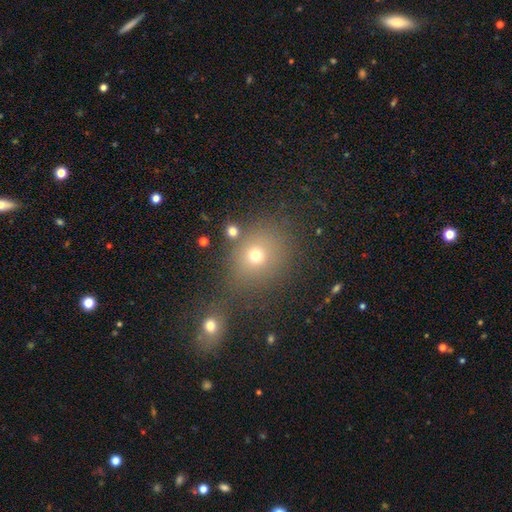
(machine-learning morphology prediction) Smooth or featured? Predicted: smooth (p=0.69). How rounded? Predicted: round (p=0.68). Merging? Predicted: none (p=0.68).